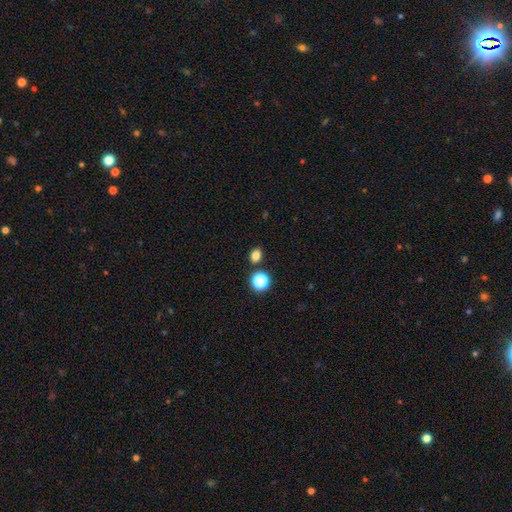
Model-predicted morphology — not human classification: Smooth or featured: smooth — 80% (star or artifact — 15%)
How rounded: in between — 50% (round — 49%)
Merging: none — 84% (minor disturbance — 8%)